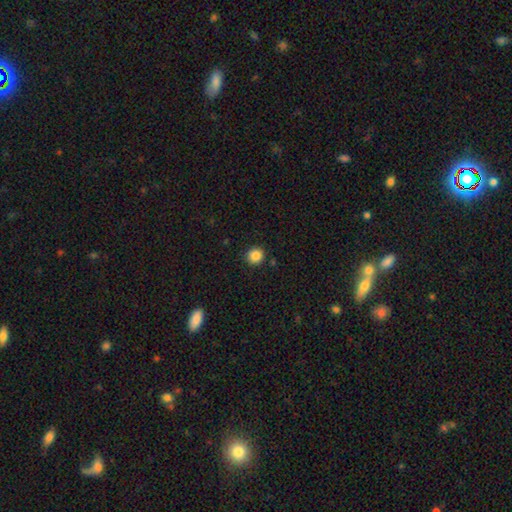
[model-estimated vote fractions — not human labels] Smooth or featured: smooth — 86% (star or artifact — 10%)
How rounded: round — 91% (in between — 8%)
Merging: none — 90% (minor disturbance — 6%)